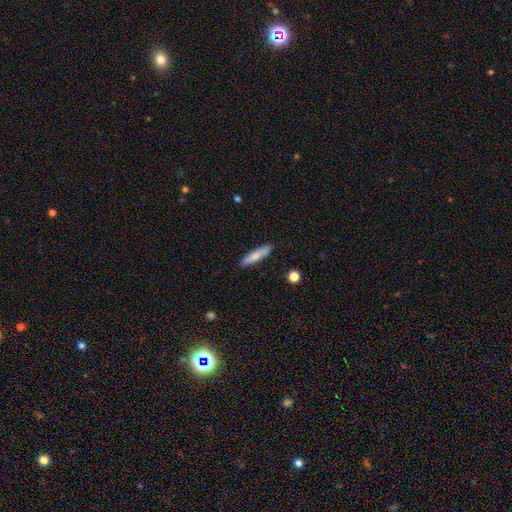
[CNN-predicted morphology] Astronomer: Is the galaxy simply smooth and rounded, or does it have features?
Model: smooth — 76%.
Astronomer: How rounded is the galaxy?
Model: cigar-shaped — 81%.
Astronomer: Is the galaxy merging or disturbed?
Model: none — 88%.